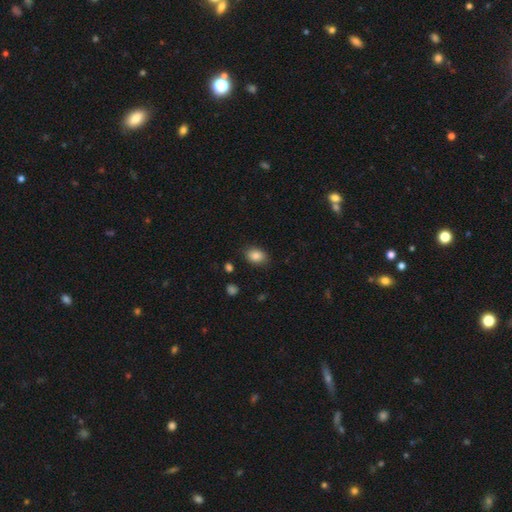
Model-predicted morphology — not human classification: A smooth galaxy with no disk features (86%) that is in between round and cigar-shaped (74%). Merging: none (85%).